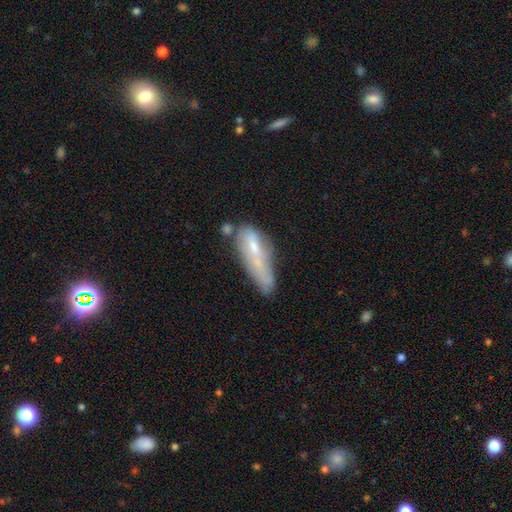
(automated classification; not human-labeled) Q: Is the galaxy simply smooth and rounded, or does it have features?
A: smooth — 48%.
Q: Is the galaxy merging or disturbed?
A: none — 40%.